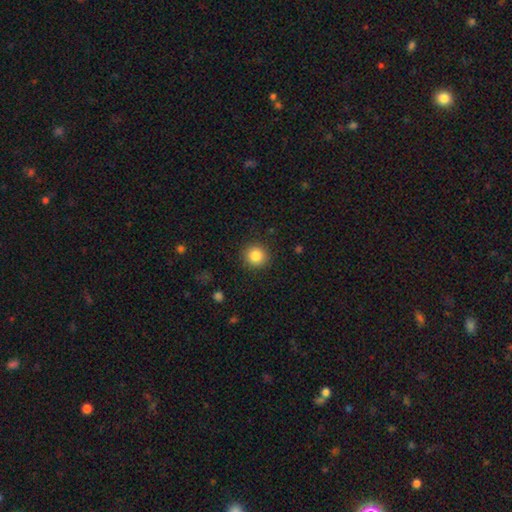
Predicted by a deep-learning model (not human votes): Smooth or featured? smooth (85%)
How rounded? round (92%)
Merging? none (90%)